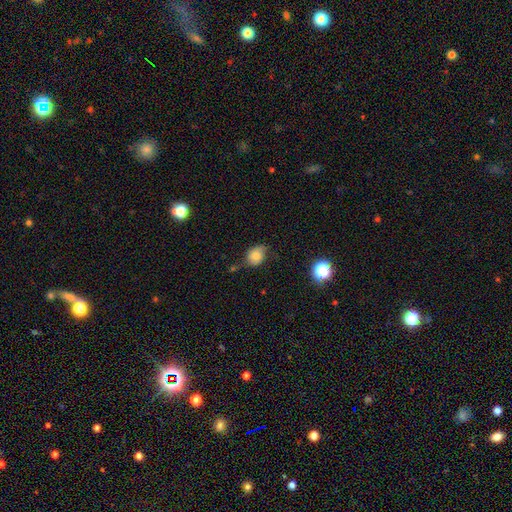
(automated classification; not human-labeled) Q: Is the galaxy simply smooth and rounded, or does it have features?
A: smooth — 68%.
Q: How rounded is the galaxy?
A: round — 51%.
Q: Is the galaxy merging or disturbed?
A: none — 53%.